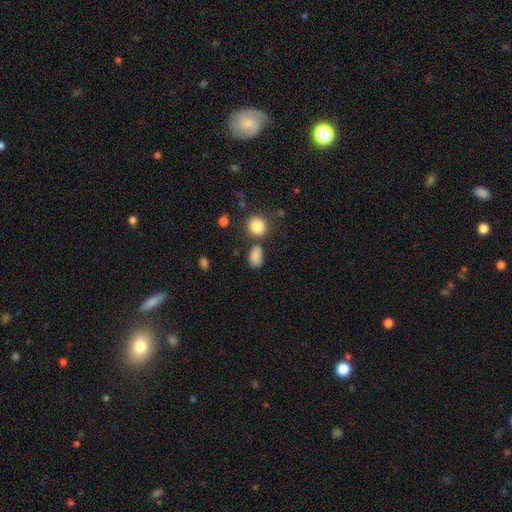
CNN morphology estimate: type=smooth (85%); roundness=in between (80%); merging=none (65%).